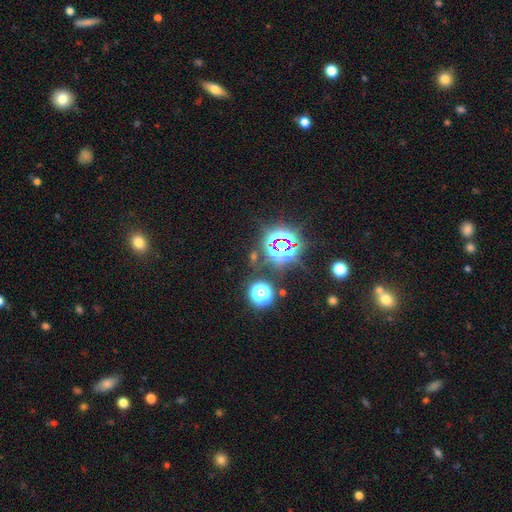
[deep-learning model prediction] Smooth or featured?
  - star or artifact: 79% *
  - smooth: 13%
  - featured or disk: 8%